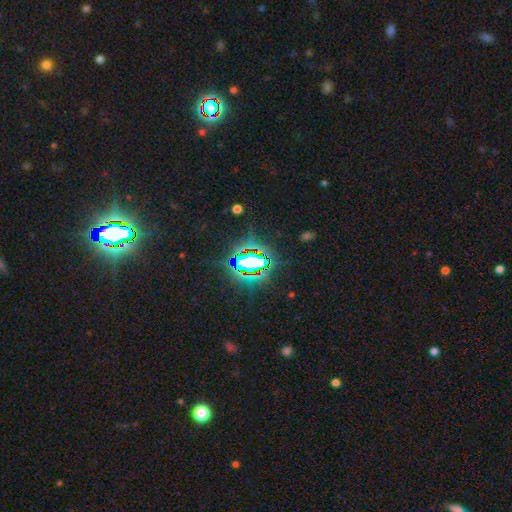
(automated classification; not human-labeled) Smooth or featured: star or artifact — 80% (smooth — 11%)